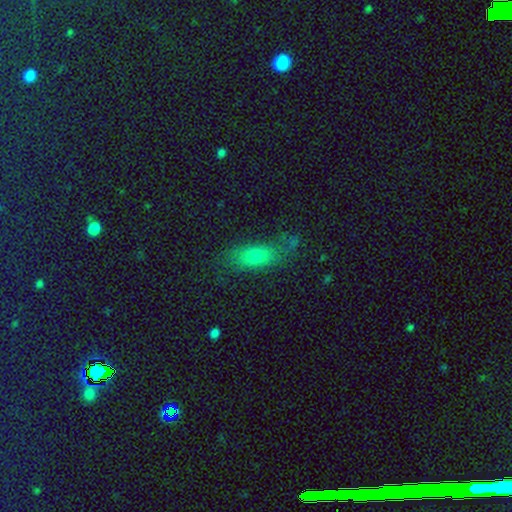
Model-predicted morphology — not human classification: A smooth galaxy with no disk features (72%) that is in between round and cigar-shaped (68%).

Vote fractions:
- Smooth or featured? smooth: 72% / featured or disk: 15% / star or artifact: 14%
- How rounded? in between: 68% / cigar-shaped: 27% / round: 5%
- Merging? none: 63% / minor disturbance: 23% / major disturbance: 9% / merger: 5%